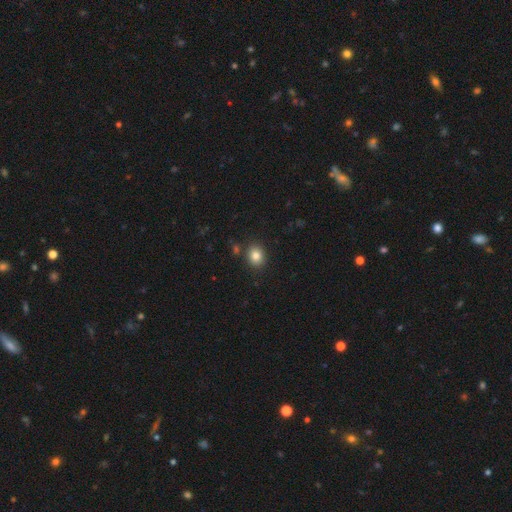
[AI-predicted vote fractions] Q: Smooth or featured?
A: smooth (83%); runner-up: star or artifact (11%)
Q: How rounded?
A: round (63%); runner-up: in between (36%)
Q: Merging?
A: none (86%); runner-up: minor disturbance (8%)